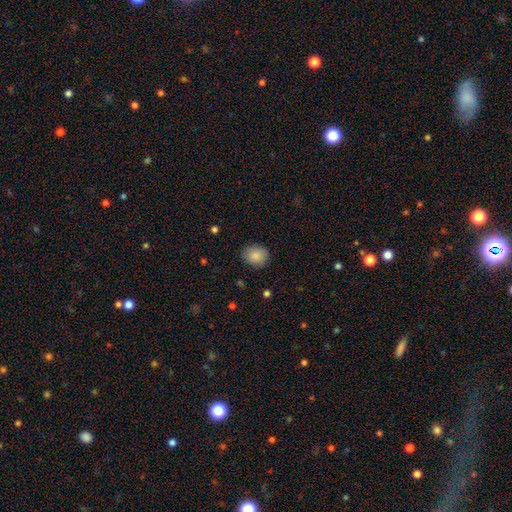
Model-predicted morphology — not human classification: type=smooth (88%); roundness=round (64%); merging=none (85%).